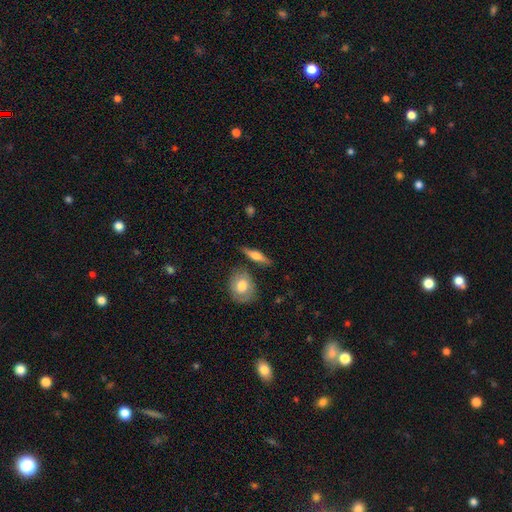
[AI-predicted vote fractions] Smooth or featured? smooth (48%)
Merging? none (79%)